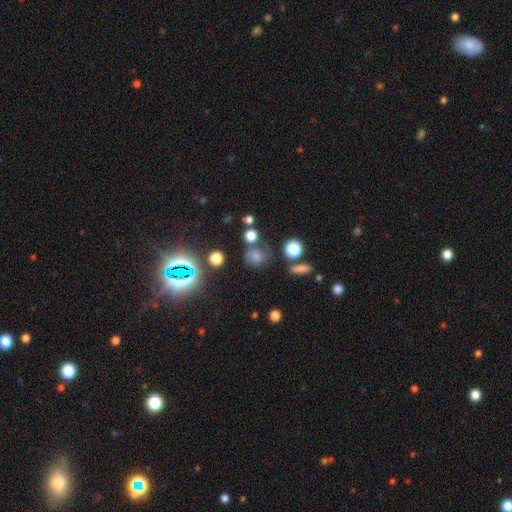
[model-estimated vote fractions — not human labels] Morphology: type=star or artifact (49%).